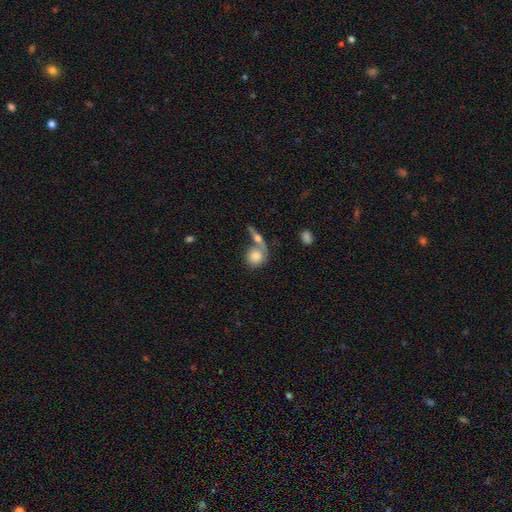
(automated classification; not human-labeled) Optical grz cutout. It shows a smooth galaxy with no disk features (75%) that is round (75%). Merging: merger (43%).